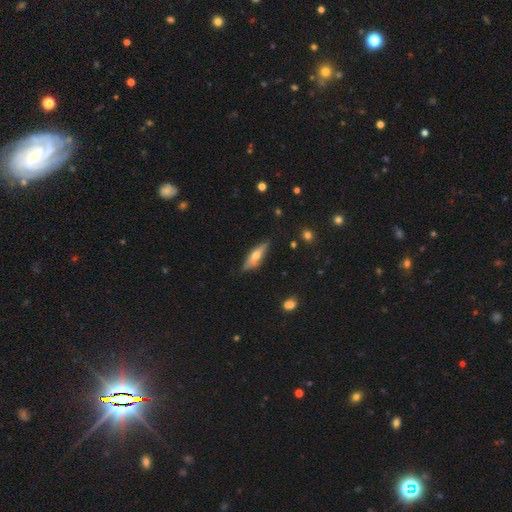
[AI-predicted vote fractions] smooth_or_featured: featured or disk (p=0.49) [alt: smooth p=0.44]
merging: none (p=0.78) [alt: minor disturbance p=0.16]